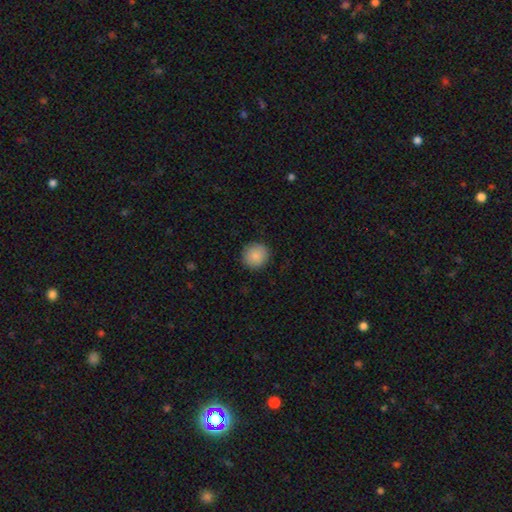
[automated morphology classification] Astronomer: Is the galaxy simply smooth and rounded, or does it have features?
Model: smooth — 87%.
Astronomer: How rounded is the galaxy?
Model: round — 93%.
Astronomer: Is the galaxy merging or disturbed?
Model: none — 90%.